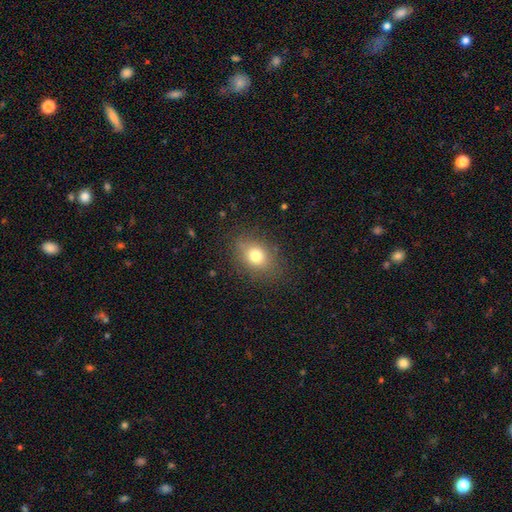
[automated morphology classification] smooth_or_featured: smooth (p=0.75) [alt: featured or disk p=0.13]
how_rounded: in between (p=0.62) [alt: round p=0.37]
merging: none (p=0.80) [alt: minor disturbance p=0.13]